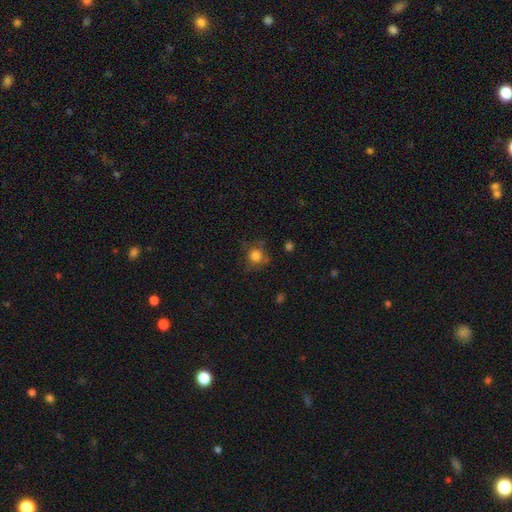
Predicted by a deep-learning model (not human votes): Overall: smooth (79%). How rounded: round (88%). Merging: none (70%).